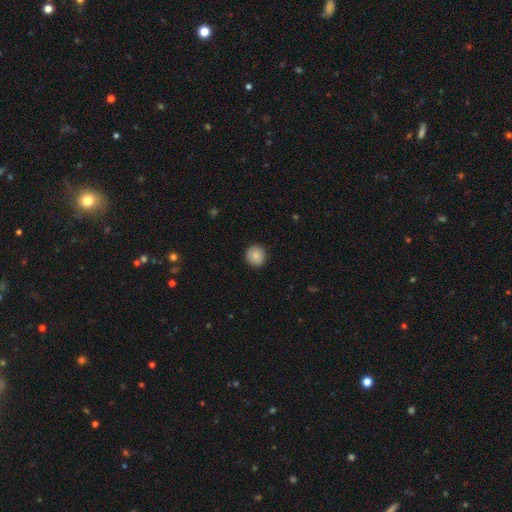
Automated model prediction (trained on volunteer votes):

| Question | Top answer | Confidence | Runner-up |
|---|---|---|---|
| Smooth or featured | smooth | 87% | star or artifact (8%) |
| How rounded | round | 93% | in between (6%) |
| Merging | none | 91% | minor disturbance (6%) |